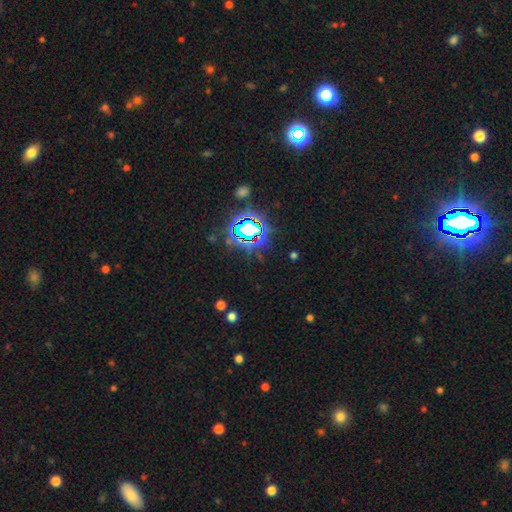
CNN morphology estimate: Overall: star or artifact (81%).